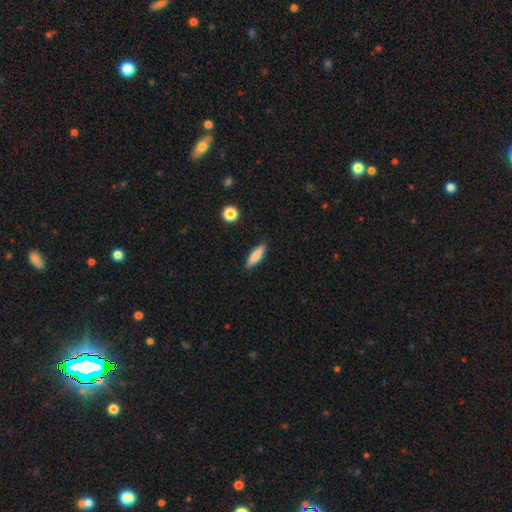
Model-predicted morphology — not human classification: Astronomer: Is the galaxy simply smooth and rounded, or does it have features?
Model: smooth — 78%.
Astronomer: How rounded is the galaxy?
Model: cigar-shaped — 70%.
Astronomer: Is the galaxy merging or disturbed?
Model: none — 88%.